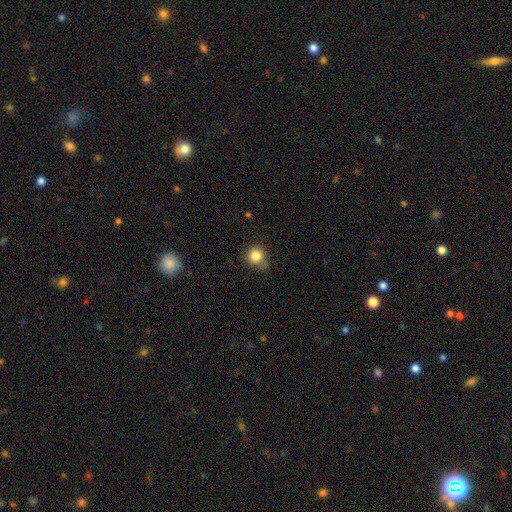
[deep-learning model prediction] Overall: smooth (84%). How rounded: round (90%). Merging: none (66%).